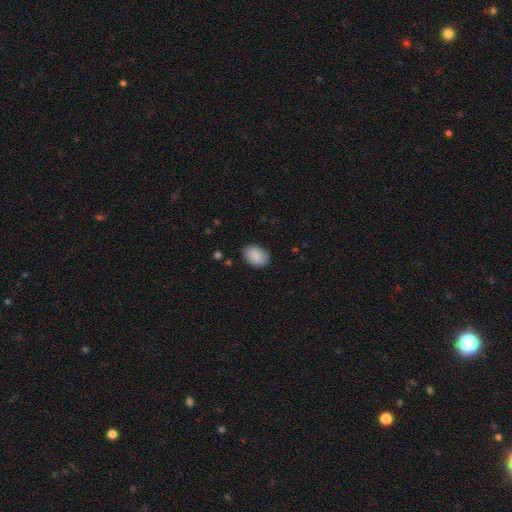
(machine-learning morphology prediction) smooth_or_featured: smooth (p=0.90) [alt: star or artifact p=0.06]
how_rounded: in between (p=0.86) [alt: round p=0.13]
merging: none (p=0.86) [alt: minor disturbance p=0.10]